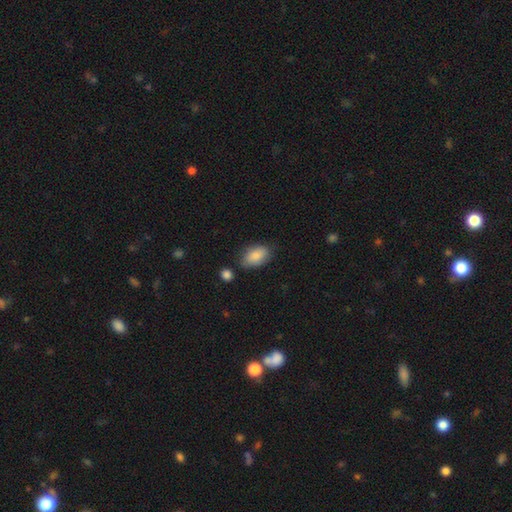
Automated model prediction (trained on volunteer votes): This is clearly a smooth galaxy (86%). How rounded: clearly in between (92%). Merging: likely none (75%).